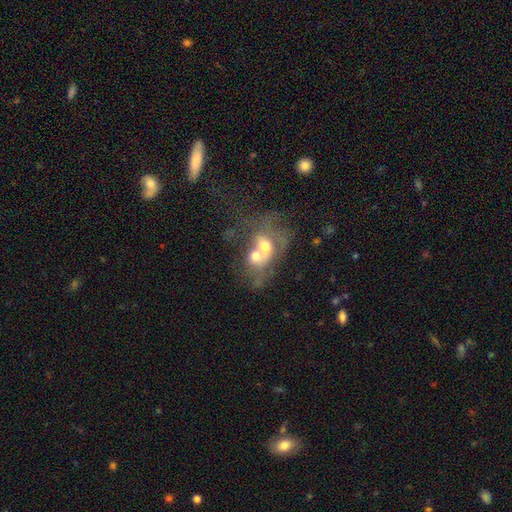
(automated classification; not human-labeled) smooth-or-featured: smooth: 49% | featured or disk: 40% | star or artifact: 11%
  merging: merger: 77% | major disturbance: 10% | none: 8% | minor disturbance: 5%